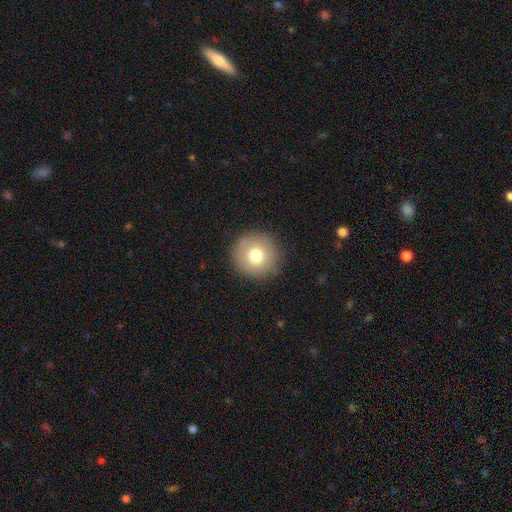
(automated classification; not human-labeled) Morphology: type=smooth (75%); roundness=round (95%); merging=none (89%).